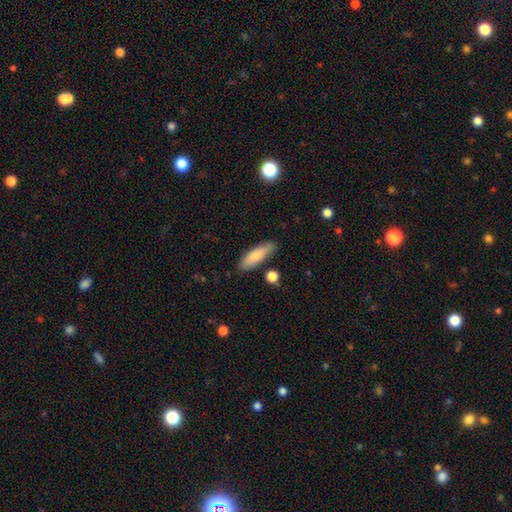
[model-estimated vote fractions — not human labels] A smooth galaxy with no disk features (77%) that is cigar-shaped (50%). Merging: none (81%).